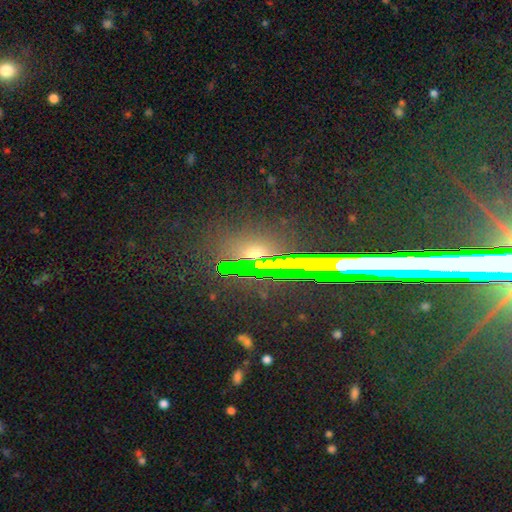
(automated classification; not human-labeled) smooth_or_featured: star or artifact (p=0.63) [alt: smooth p=0.27]